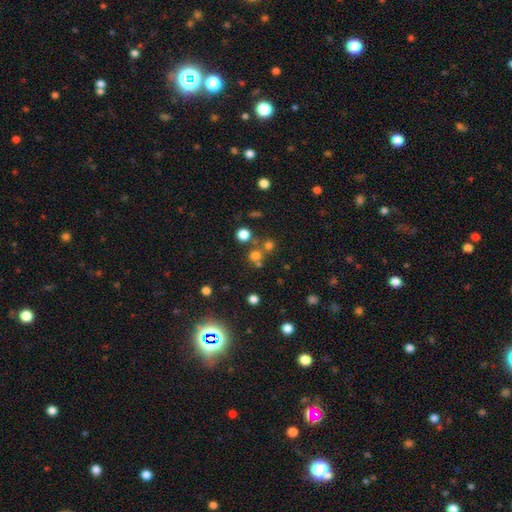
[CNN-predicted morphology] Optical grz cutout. It shows a smooth galaxy with no disk features (66%) that is round (90%). Merging: none (65%).